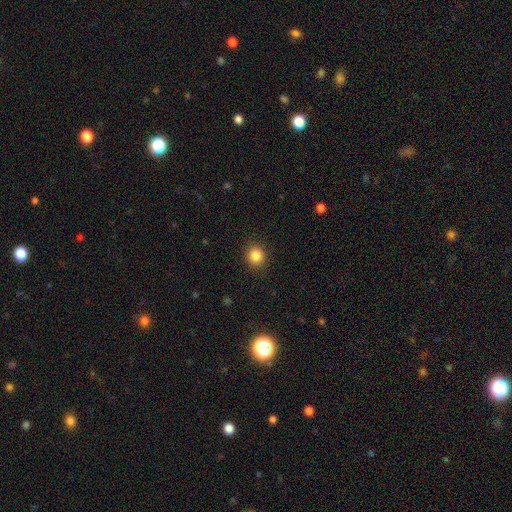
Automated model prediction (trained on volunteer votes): Smooth or featured? smooth (85%)
How rounded? round (88%)
Merging? none (91%)